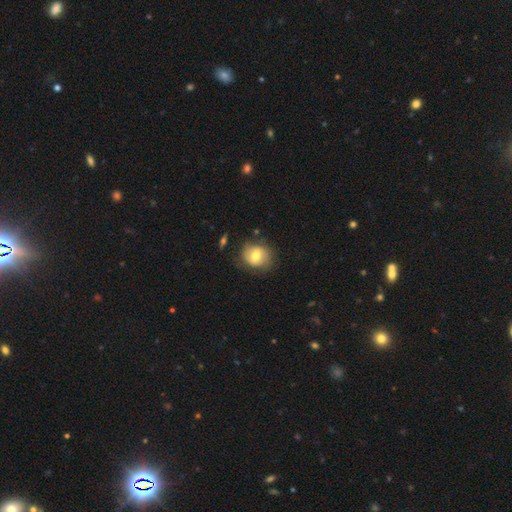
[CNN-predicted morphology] A smooth galaxy with no disk features (63%) that is round (67%). Merging: none (71%).